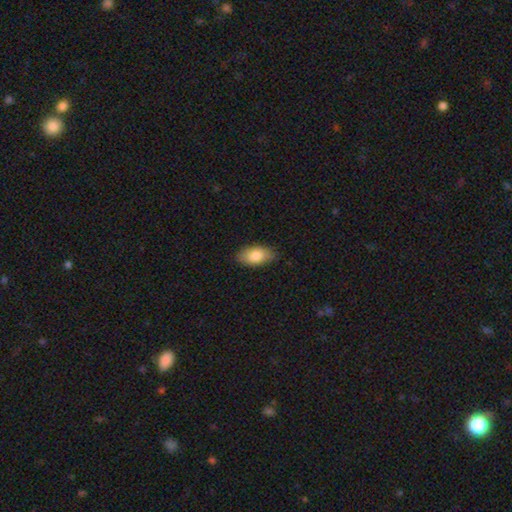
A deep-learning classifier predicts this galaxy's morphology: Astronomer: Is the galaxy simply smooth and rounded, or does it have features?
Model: smooth — 83%.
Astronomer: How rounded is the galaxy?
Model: in between — 93%.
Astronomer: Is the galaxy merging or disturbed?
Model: none — 84%.